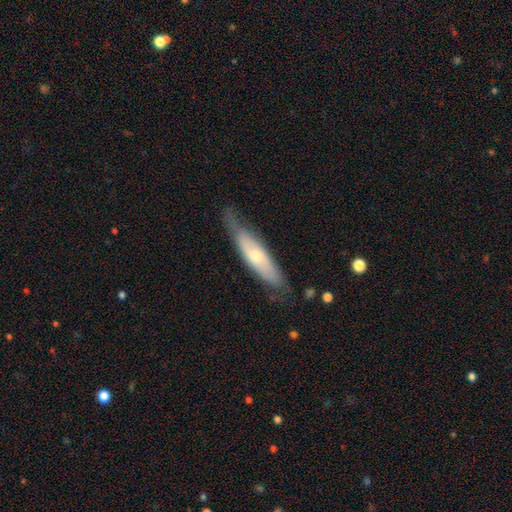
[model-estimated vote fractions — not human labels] Overall: featured or disk (49%; smooth 45%). Merging: none (65%; minor disturbance 26%).